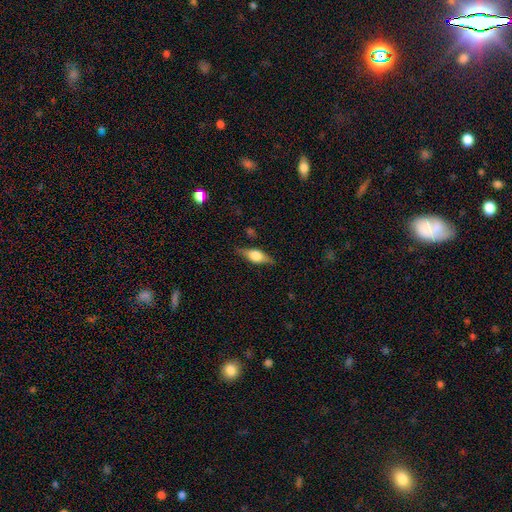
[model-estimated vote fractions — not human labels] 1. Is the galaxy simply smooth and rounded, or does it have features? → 53% featured or disk, 40% smooth, 7% star or artifact.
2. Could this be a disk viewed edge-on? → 93% yes, 7% no.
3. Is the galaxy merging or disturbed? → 82% none, 13% minor disturbance, 3% major disturbance, 1% merger.